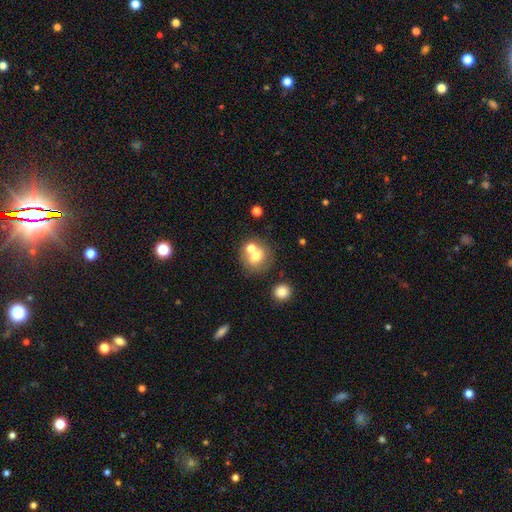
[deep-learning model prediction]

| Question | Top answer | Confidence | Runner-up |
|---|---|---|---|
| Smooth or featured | smooth | 67% | featured or disk (22%) |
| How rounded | round | 81% | in between (18%) |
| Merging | none | 46% | merger (41%) |